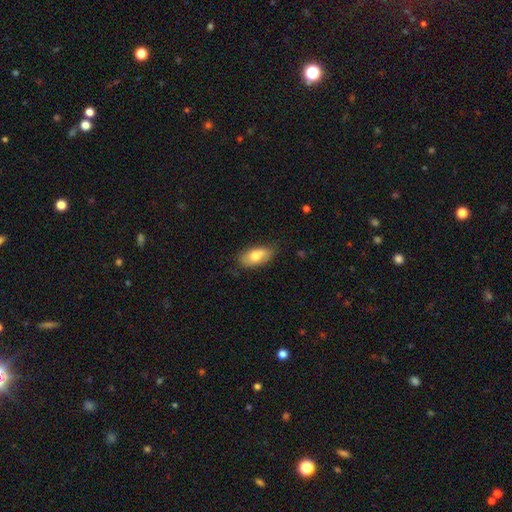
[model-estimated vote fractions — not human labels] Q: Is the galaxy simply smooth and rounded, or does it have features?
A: smooth — 74%.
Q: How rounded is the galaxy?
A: in between — 90%.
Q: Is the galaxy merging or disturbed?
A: none — 74%.